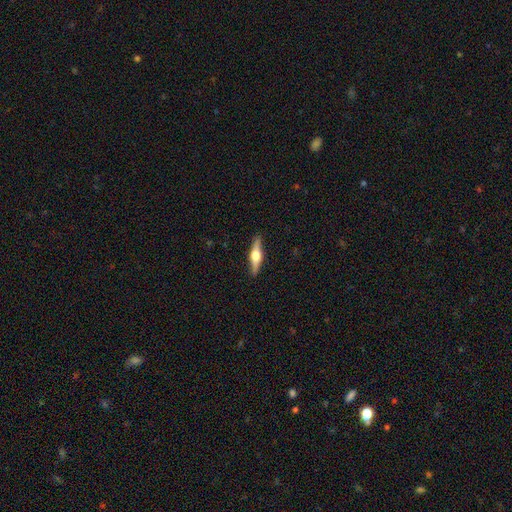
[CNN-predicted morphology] The model was most divided on "smooth or featured": featured or disk: 68%, smooth: 27%, star or artifact: 5%. More confident: edge-on disk — yes (97%); edge-on bulge — rounded (95%); merging — none (90%).